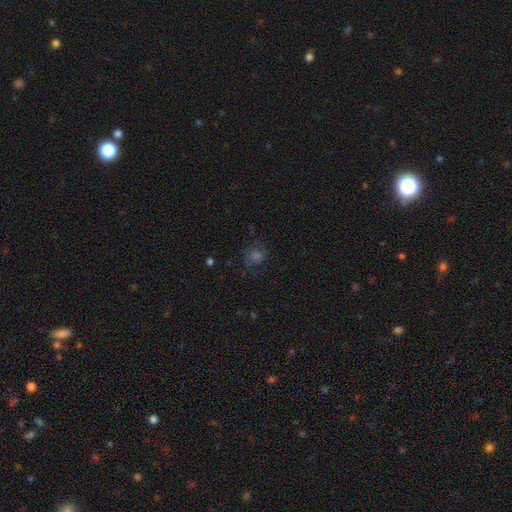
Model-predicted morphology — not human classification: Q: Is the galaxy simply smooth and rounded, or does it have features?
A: smooth — 48%.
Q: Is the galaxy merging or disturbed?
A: none — 71%.